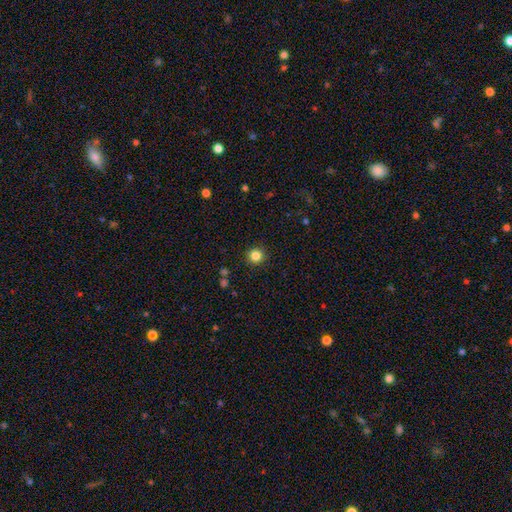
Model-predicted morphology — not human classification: A smooth galaxy with no disk features (83%) that is round (95%). Merging: none (92%).